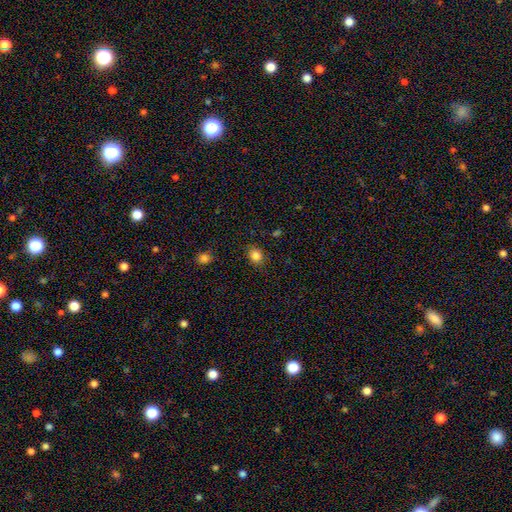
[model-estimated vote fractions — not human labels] A smooth galaxy with no disk features (84%) that is round (70%). Merging: none (84%).